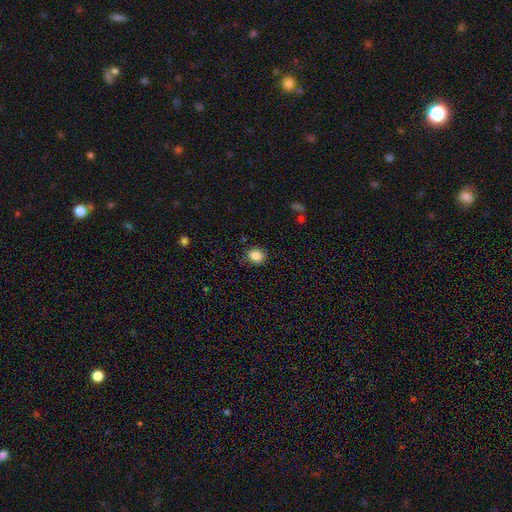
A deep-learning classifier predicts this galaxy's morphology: Smooth or featured? smooth (85%)
How rounded? round (66%)
Merging? none (81%)